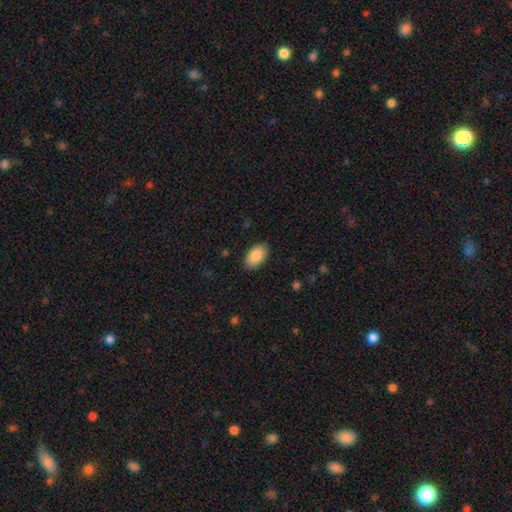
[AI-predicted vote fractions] A smooth galaxy with no disk features (89%) that is in between round and cigar-shaped (95%). Merging: none (88%).